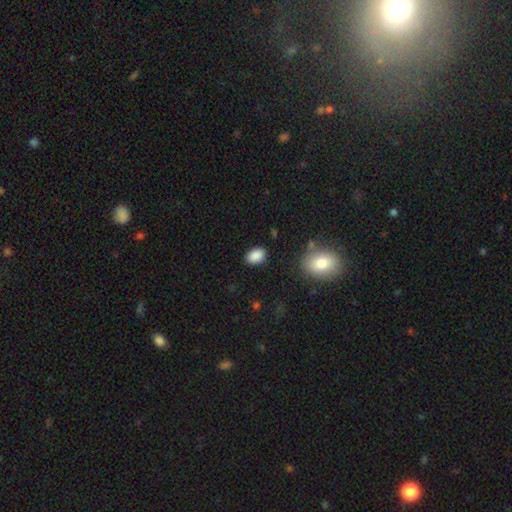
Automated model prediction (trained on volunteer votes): smooth 88%, star or artifact 8%, featured or disk 4%. Down the decision tree: how rounded — in between (83%); merging — none (86%).